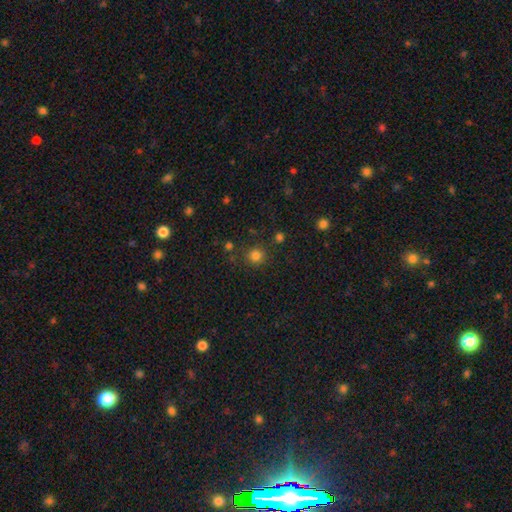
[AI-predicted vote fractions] Smooth or featured?
  - smooth: 80% *
  - star or artifact: 15%
  - featured or disk: 5%
How rounded?
  - round: 92% *
  - in between: 7%
  - cigar-shaped: 1%
Merging?
  - none: 83% *
  - minor disturbance: 9%
  - merger: 4%
  - major disturbance: 4%